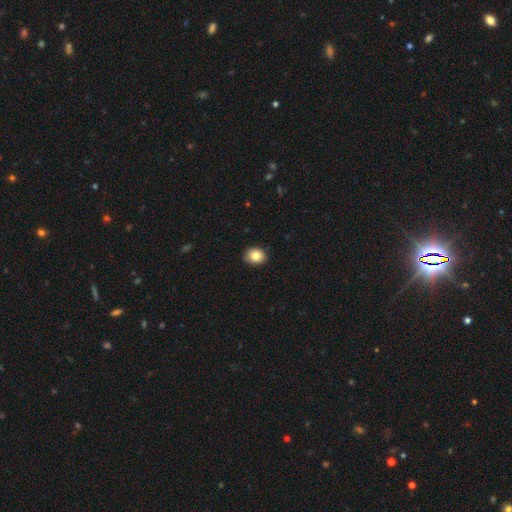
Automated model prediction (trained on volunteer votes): The model was most divided on "how rounded": round: 56%, in between: 43%, cigar-shaped: 1%. More confident: smooth or featured — smooth (83%); merging — none (82%).